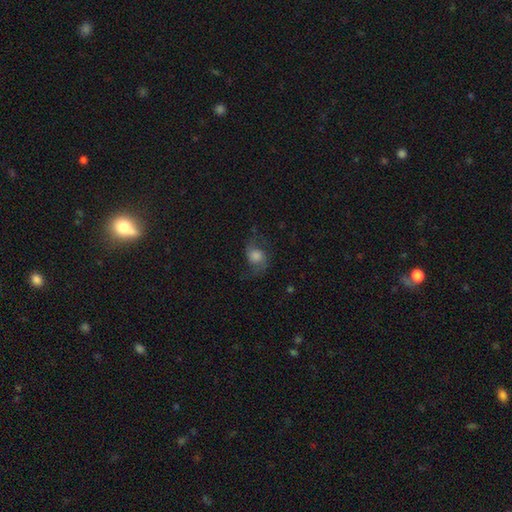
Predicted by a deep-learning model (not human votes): A featured or disk galaxy (62%) with no bar (67%), 2 (90%) loose (61%) spiral arms (92%) and a large central bulge (34%). Merging: none (65%).